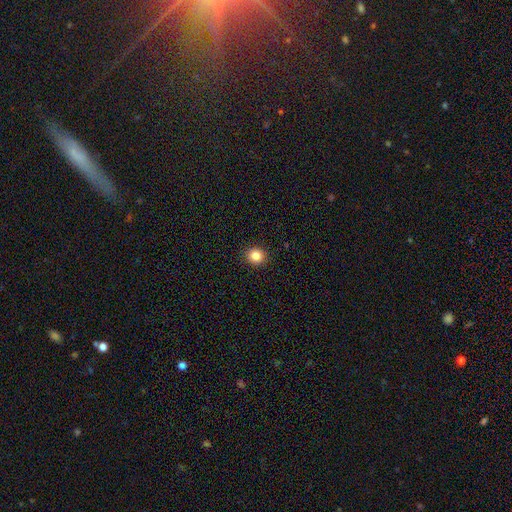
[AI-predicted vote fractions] smooth_or_featured: smooth (p=0.85) [alt: star or artifact p=0.11]
how_rounded: round (p=0.86) [alt: in between p=0.13]
merging: none (p=0.92) [alt: minor disturbance p=0.05]